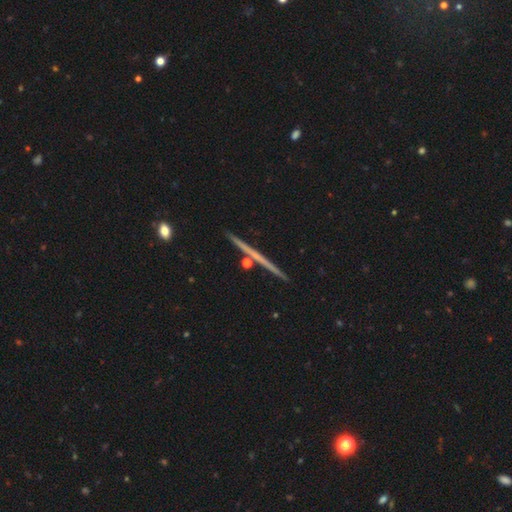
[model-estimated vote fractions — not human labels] featured or disk 71%, smooth 22%, star or artifact 7%. Down the decision tree: edge-on disk — yes (98%); edge-on bulge — none (76%); merging — none (91%).